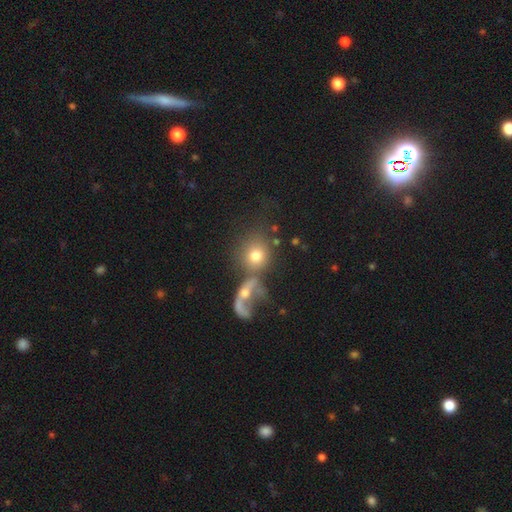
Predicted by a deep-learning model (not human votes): The model was most divided on "merging": merger: 46%, none: 32%, major disturbance: 13%, minor disturbance: 9%. More confident: how rounded — round (77%); smooth or featured — smooth (67%).